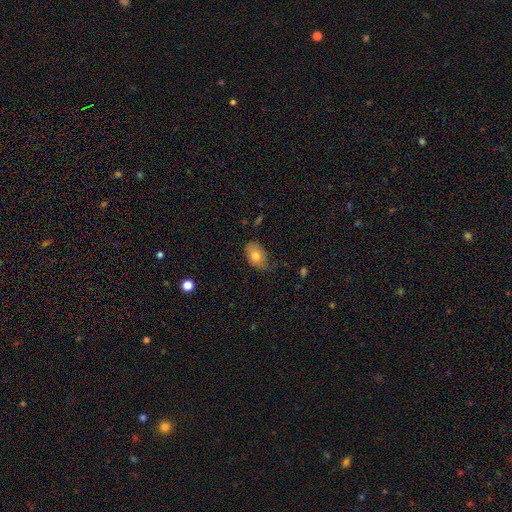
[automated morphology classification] This is likely a smooth galaxy (76%). How rounded: clearly in between (85%). Merging: possibly none (51%).